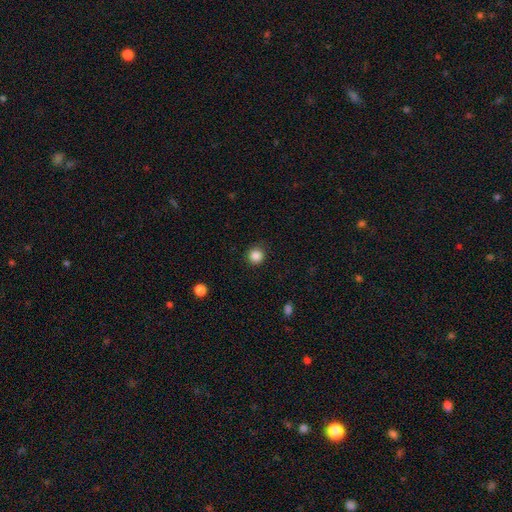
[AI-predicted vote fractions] Smooth or featured: smooth — 87% (star or artifact — 10%)
How rounded: round — 94% (in between — 5%)
Merging: none — 88% (minor disturbance — 9%)